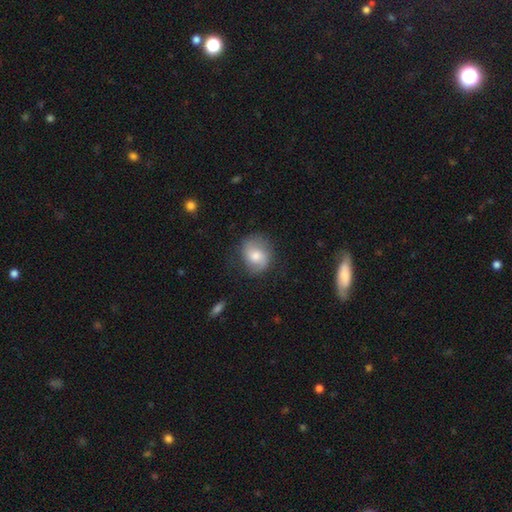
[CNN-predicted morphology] The model was most divided on "smooth or featured": smooth: 49%, featured or disk: 42%, star or artifact: 8%. More confident: merging — none (72%).